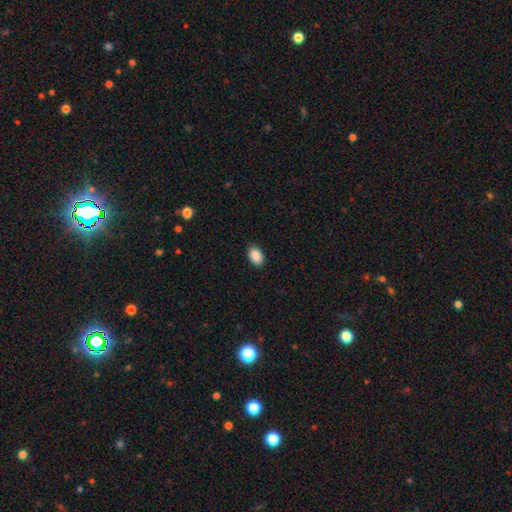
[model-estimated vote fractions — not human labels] The model was most divided on "how rounded": in between: 86%, round: 13%, cigar-shaped: 1%. More confident: merging — none (90%); smooth or featured — smooth (90%).